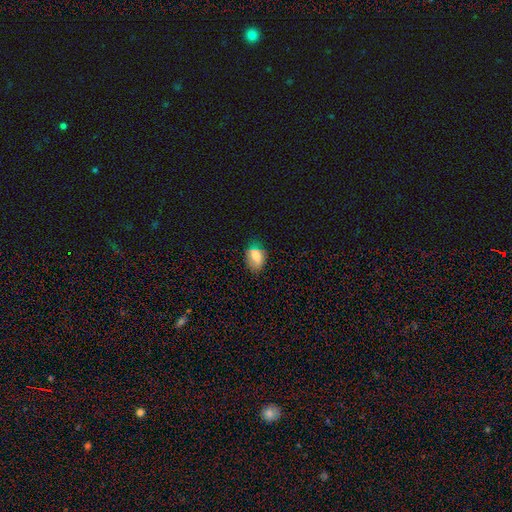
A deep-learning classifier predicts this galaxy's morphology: Smooth or featured: smooth — 74% (featured or disk — 14%)
How rounded: in between — 69% (round — 29%)
Merging: none — 67% (minor disturbance — 25%)